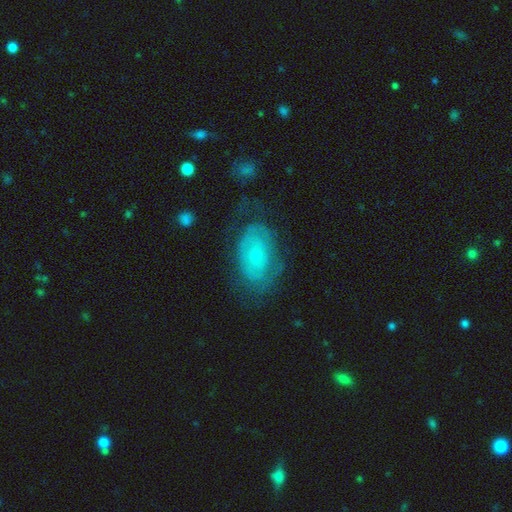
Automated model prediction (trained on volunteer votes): A featured or disk galaxy (59%) with no bar (81%), spiral arms (63%) and a small central bulge (69%). Merging: none (55%).